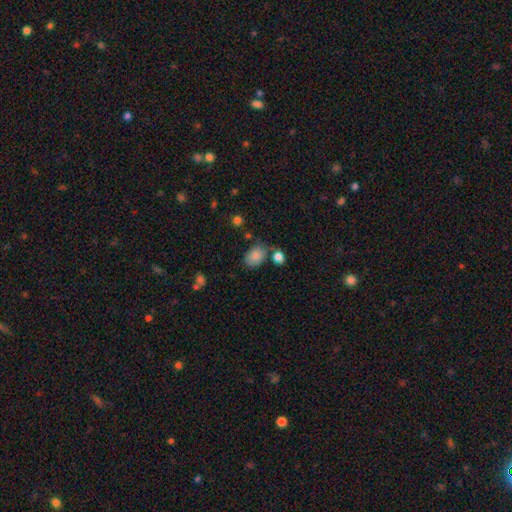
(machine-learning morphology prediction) Smooth or featured?
  - smooth: 84% *
  - star or artifact: 9%
  - featured or disk: 7%
How rounded?
  - in between: 81% *
  - round: 18%
  - cigar-shaped: 1%
Merging?
  - none: 66% *
  - minor disturbance: 18%
  - merger: 11%
  - major disturbance: 5%